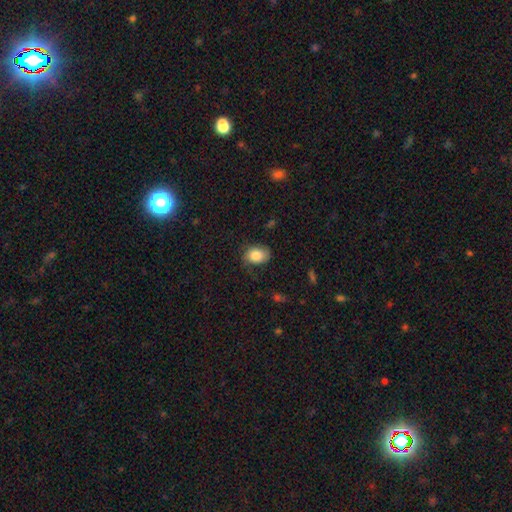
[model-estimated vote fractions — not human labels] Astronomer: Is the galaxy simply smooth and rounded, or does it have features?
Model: smooth — 82%.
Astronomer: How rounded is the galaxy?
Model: in between — 68%.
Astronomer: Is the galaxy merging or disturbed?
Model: none — 65%.